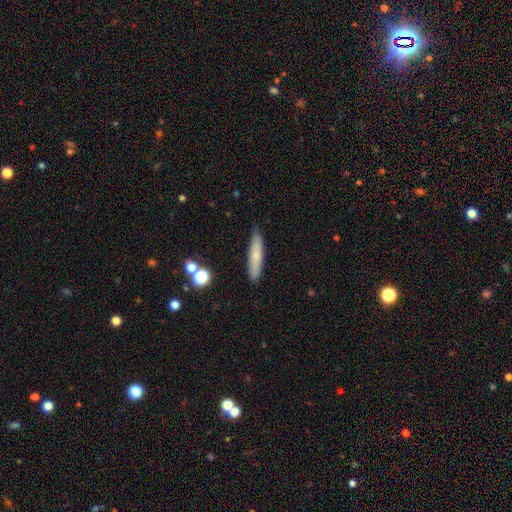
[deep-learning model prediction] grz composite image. It shows a smooth galaxy with no disk features (71%) that is cigar-shaped (84%). Merging: none (84%).